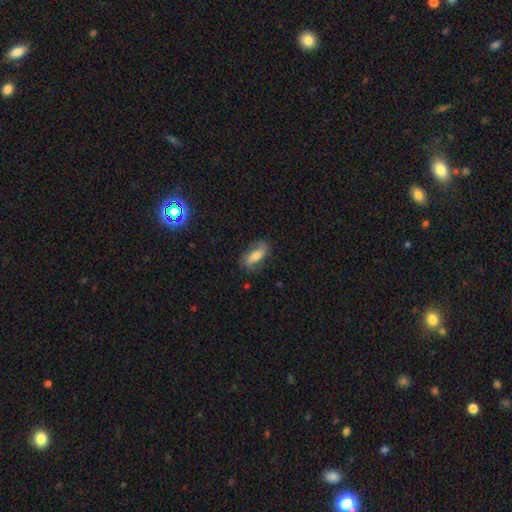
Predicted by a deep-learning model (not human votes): Morphology: type=smooth (61%); roundness=in between (73%); merging=none (76%).